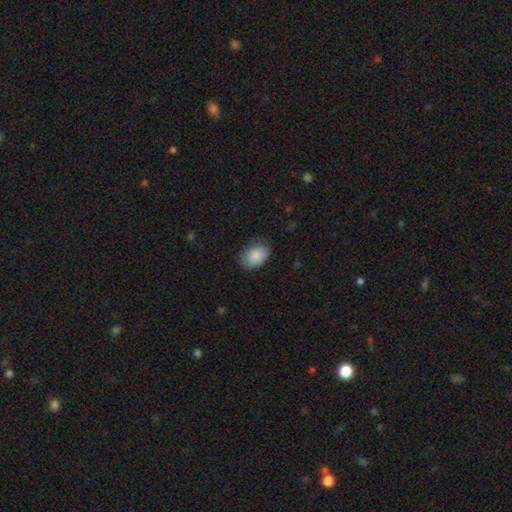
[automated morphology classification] A smooth galaxy with no disk features (87%) that is in between round and cigar-shaped (77%).

Vote fractions:
- Smooth or featured? smooth: 87% / star or artifact: 7% / featured or disk: 6%
- How rounded? in between: 77% / round: 22% / cigar-shaped: 1%
- Merging? none: 78% / minor disturbance: 17% / major disturbance: 4% / merger: 1%